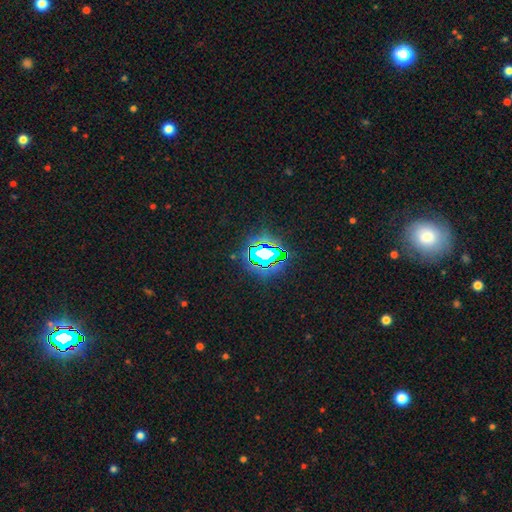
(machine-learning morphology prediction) smooth-or-featured: star or artifact: 71% | smooth: 17% | featured or disk: 12%